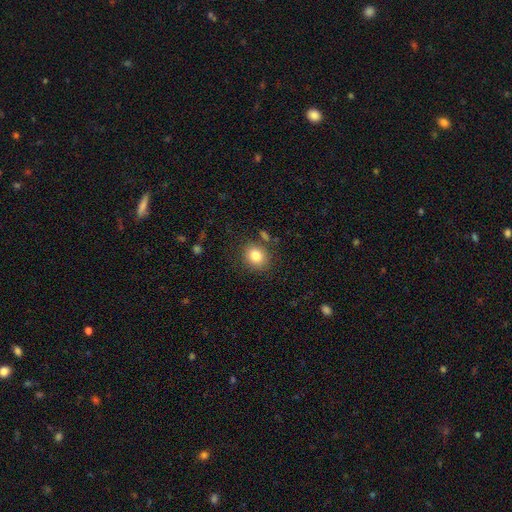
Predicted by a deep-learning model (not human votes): A smooth galaxy with no disk features (82%) that is round (70%). Merging: none (81%).